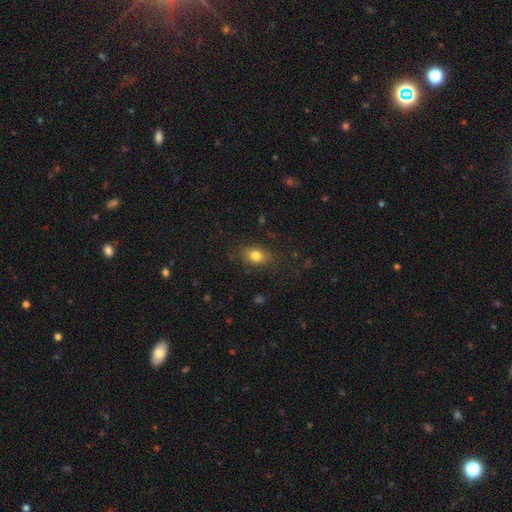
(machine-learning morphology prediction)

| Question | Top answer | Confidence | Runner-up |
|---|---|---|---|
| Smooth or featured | smooth | 80% | star or artifact (10%) |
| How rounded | in between | 75% | round (24%) |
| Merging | none | 80% | minor disturbance (14%) |